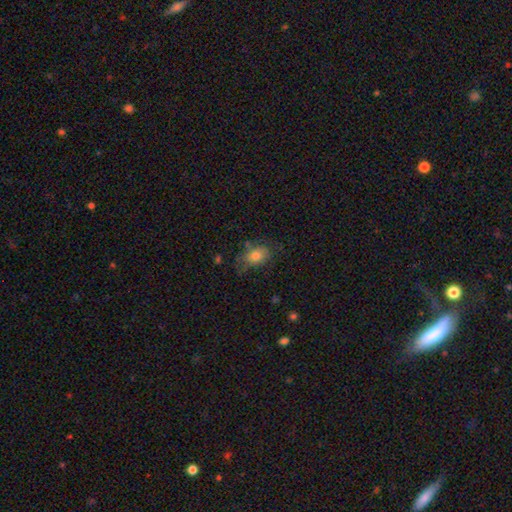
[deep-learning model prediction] Smooth or featured? Predicted: smooth (p=0.73). How rounded? Predicted: in between (p=0.76). Merging? Predicted: none (p=0.51).